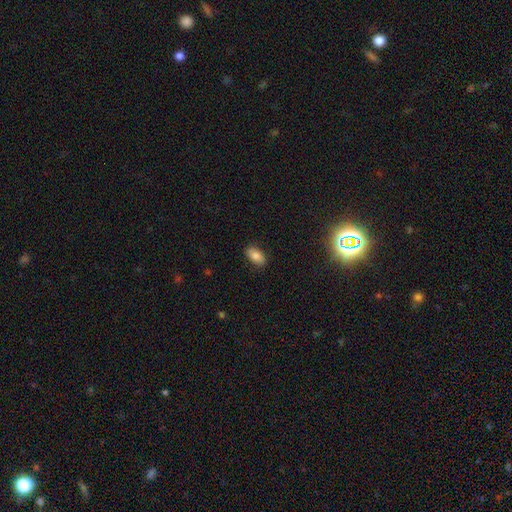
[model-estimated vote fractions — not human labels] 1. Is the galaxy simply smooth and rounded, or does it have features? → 81% smooth, 10% featured or disk, 9% star or artifact.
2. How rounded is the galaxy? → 92% in between, 4% cigar-shaped, 4% round.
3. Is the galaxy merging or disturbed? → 86% none, 11% minor disturbance, 2% major disturbance, 1% merger.